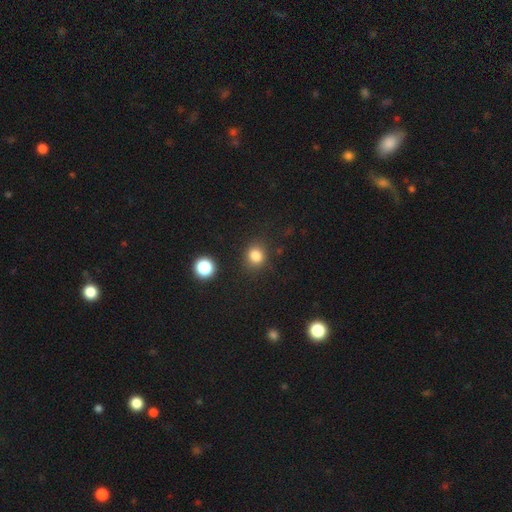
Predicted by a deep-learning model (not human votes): Smooth or featured? smooth (83%)
How rounded? round (73%)
Merging? none (83%)